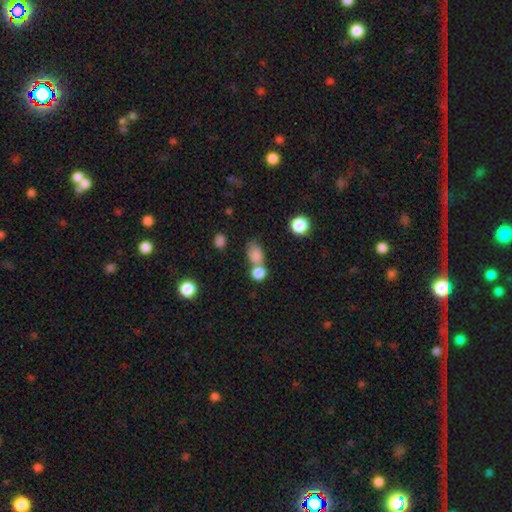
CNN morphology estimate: smooth-or-featured: smooth: 82% | star or artifact: 11% | featured or disk: 7%
  how-rounded: in between: 67% | round: 30% | cigar-shaped: 2%
  merging: merger: 45% | none: 38% | minor disturbance: 11% | major disturbance: 6%